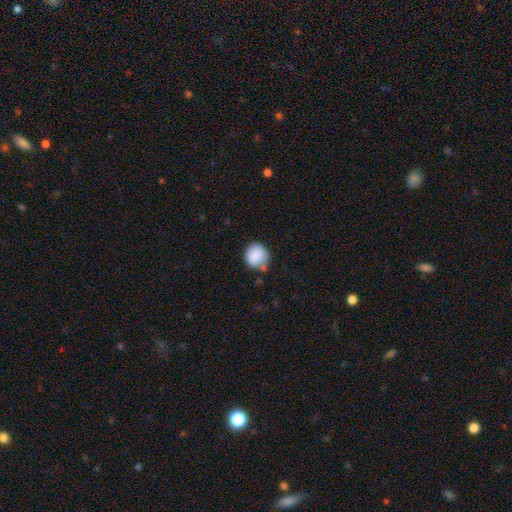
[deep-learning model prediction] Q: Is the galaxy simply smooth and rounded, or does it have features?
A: smooth — 87%.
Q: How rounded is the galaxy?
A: round — 88%.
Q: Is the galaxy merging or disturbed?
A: none — 68%.